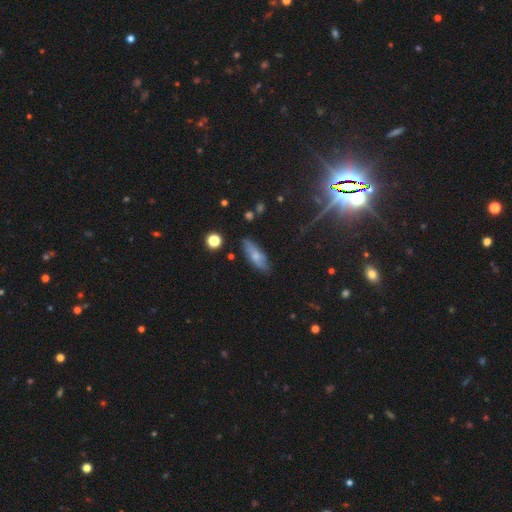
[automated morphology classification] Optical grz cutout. It shows a smooth galaxy with no disk features (56%) that is in between round and cigar-shaped (60%). Merging: none (75%).